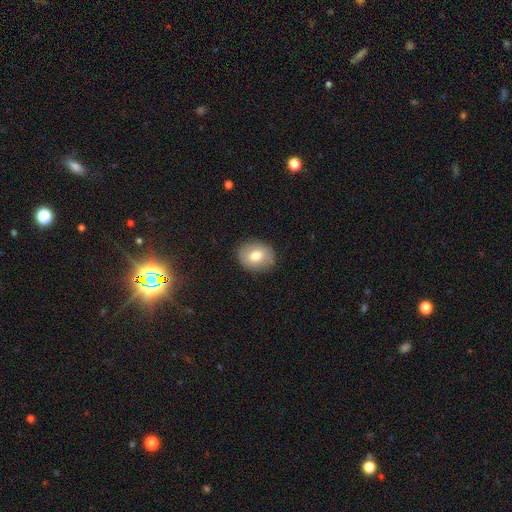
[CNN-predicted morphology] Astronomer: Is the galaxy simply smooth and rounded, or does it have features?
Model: smooth — 73%.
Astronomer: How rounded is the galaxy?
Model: round — 52% (runner-up: in between, 47%).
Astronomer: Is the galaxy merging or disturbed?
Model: none — 87%.